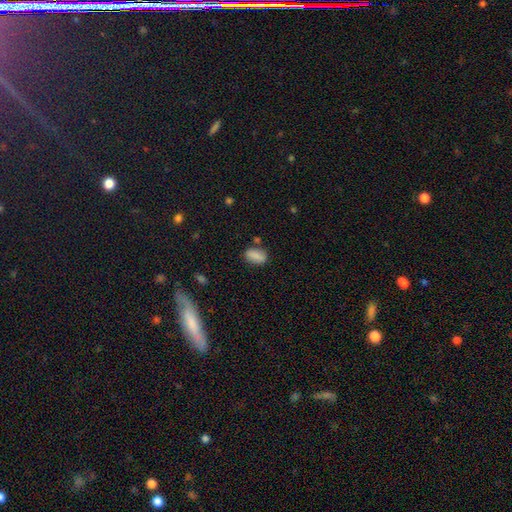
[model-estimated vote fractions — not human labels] A smooth galaxy with no disk features (86%) that is in between round and cigar-shaped (88%). Merging: none (78%).